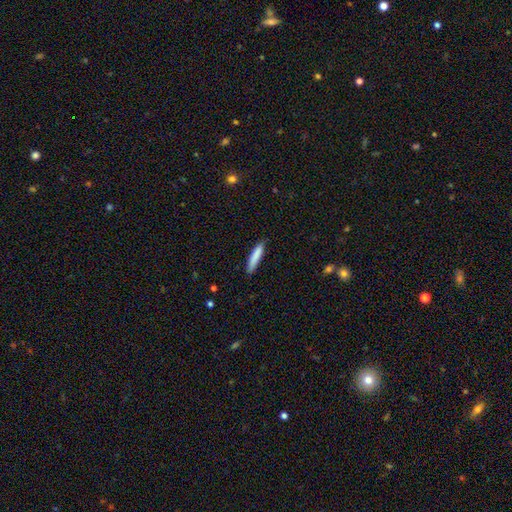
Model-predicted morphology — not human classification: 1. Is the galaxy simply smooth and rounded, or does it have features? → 83% smooth, 11% featured or disk, 6% star or artifact.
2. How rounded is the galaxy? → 88% cigar-shaped, 11% in between, 1% round.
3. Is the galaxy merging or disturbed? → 85% none, 12% minor disturbance, 2% major disturbance, 1% merger.